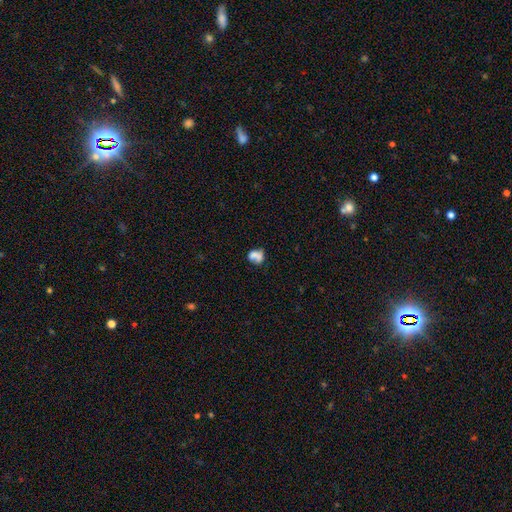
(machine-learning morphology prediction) Overall: smooth (66%). How rounded: in between (53%; round 46%). Merging: merger (36%; none 32%).